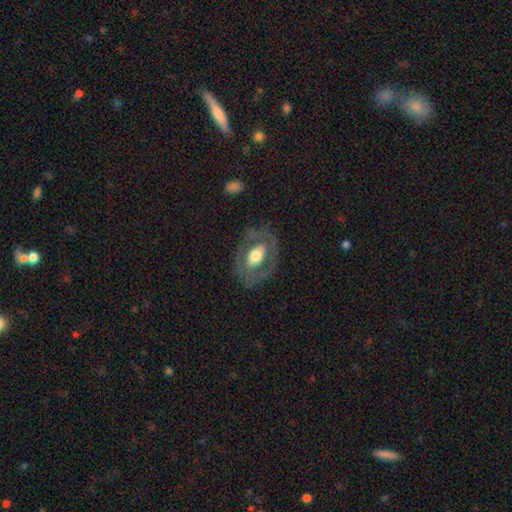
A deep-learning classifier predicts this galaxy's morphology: Overall: featured or disk (60%; smooth 34%). Edge-on disk: no (93%). Bar: no (63%). Spiral arms: no (69%; yes 31%). Bulge size: moderate (51%; large 37%). Merging: none (72%).